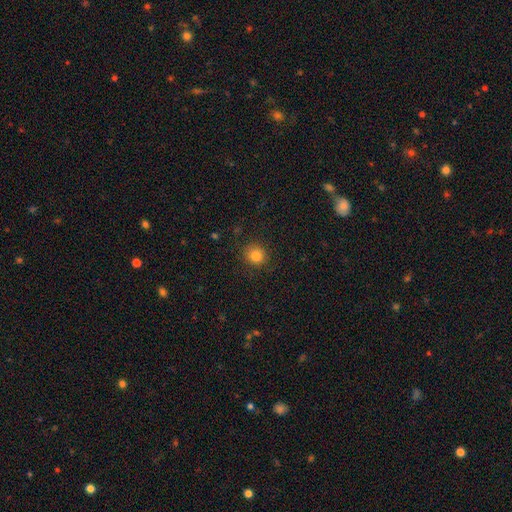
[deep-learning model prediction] This appears to be a smooth galaxy with no disk features (84%) that is round (89%). Merging: none (87%).